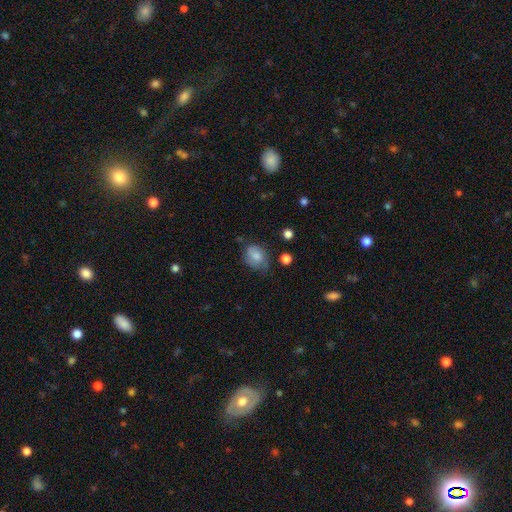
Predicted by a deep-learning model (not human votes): The model was most divided on "how rounded": in between: 59%, round: 40%, cigar-shaped: 1%. More confident: smooth or featured — smooth (78%); merging — none (54%).